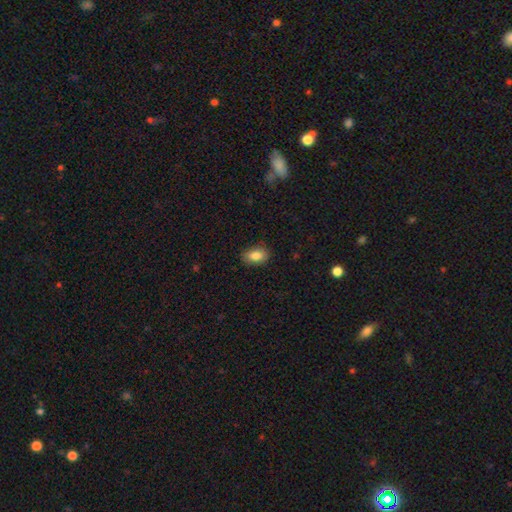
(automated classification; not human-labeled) Smooth or featured? smooth (85%)
How rounded? in between (85%)
Merging? none (84%)